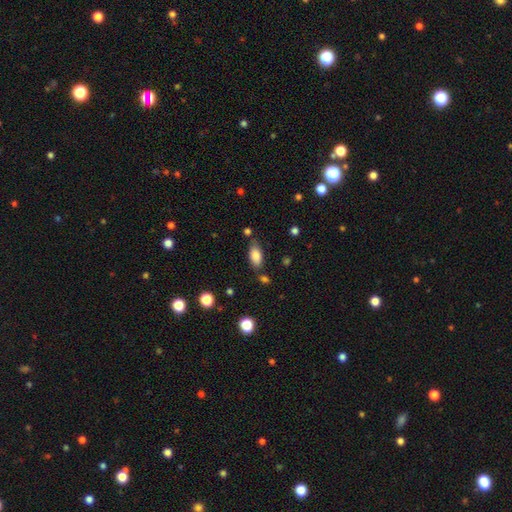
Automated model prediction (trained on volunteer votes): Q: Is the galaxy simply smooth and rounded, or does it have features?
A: smooth — 85%.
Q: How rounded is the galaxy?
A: in between — 90%.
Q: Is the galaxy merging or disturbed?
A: none — 71%.